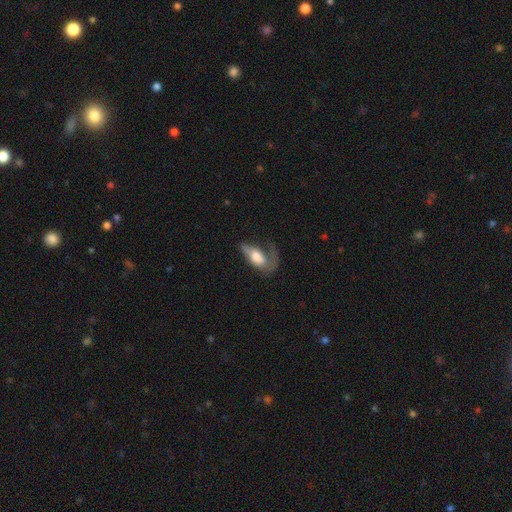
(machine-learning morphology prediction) A smooth galaxy with no disk features (54%) that is in between round and cigar-shaped (85%). Merging: major disturbance (55%).